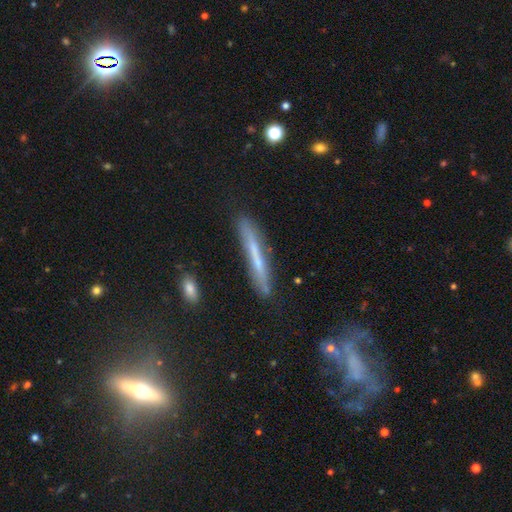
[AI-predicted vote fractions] smooth_or_featured: featured or disk (p=0.48) [alt: smooth p=0.42]
merging: none (p=0.76) [alt: minor disturbance p=0.16]